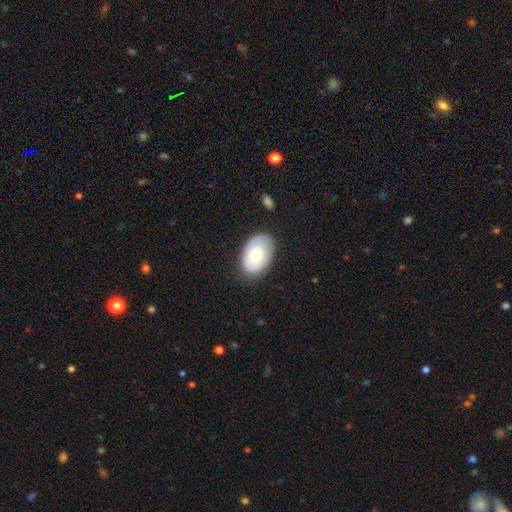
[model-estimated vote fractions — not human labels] Q: Smooth or featured?
A: smooth (70%); runner-up: featured or disk (24%)
Q: How rounded?
A: in between (90%); runner-up: round (9%)
Q: Merging?
A: none (80%); runner-up: minor disturbance (15%)